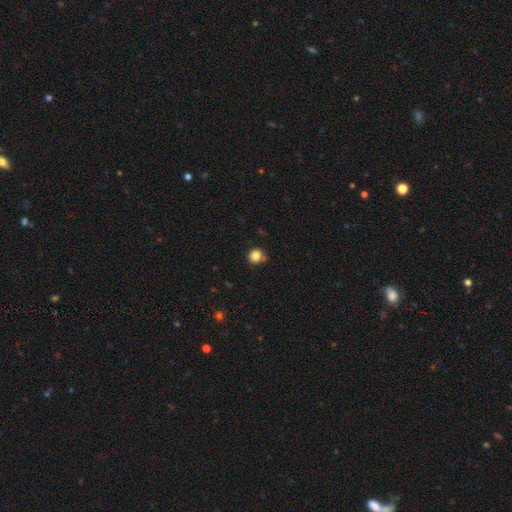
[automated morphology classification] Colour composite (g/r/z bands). It shows a smooth galaxy with no disk features (84%) that is round (88%). Merging: none (75%).